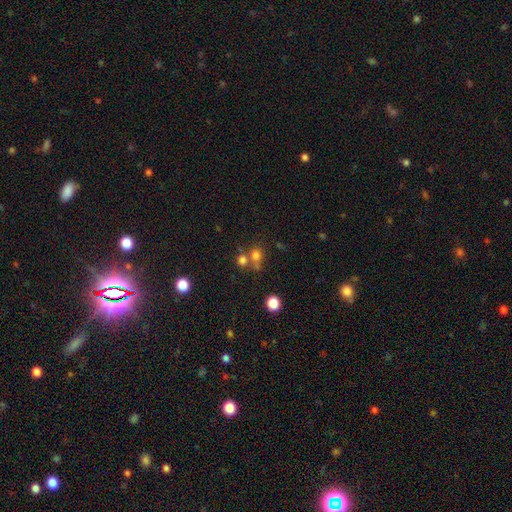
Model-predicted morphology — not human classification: smooth 72%, star or artifact 18%, featured or disk 10%. Down the decision tree: how rounded — round (77%); merging — none (47%).